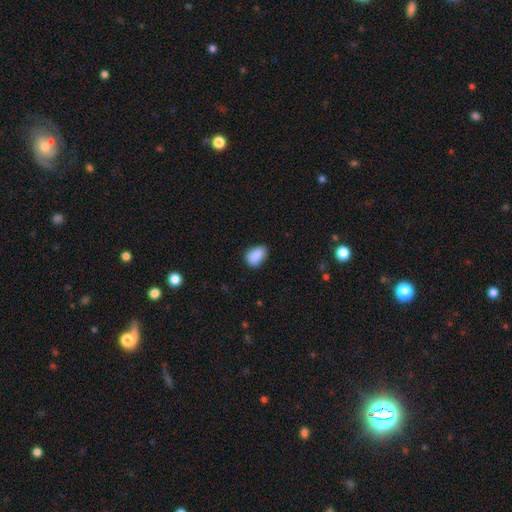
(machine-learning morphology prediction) This appears to be a smooth galaxy with no disk features (88%) that is in between round and cigar-shaped (85%). Merging: none (74%).